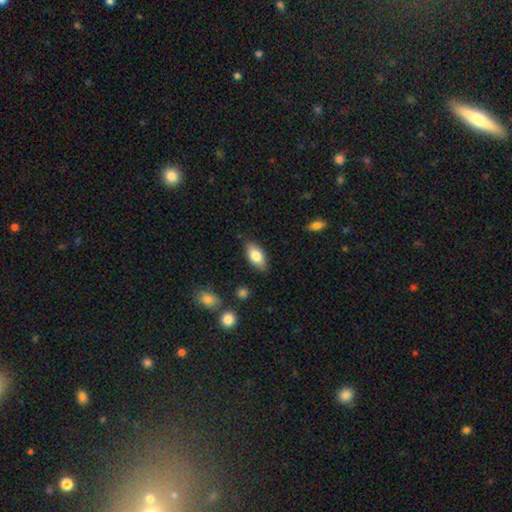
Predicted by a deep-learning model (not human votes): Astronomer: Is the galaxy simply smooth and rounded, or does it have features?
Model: smooth — 79%.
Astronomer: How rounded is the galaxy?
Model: in between — 90%.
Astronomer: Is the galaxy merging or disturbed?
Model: none — 84%.